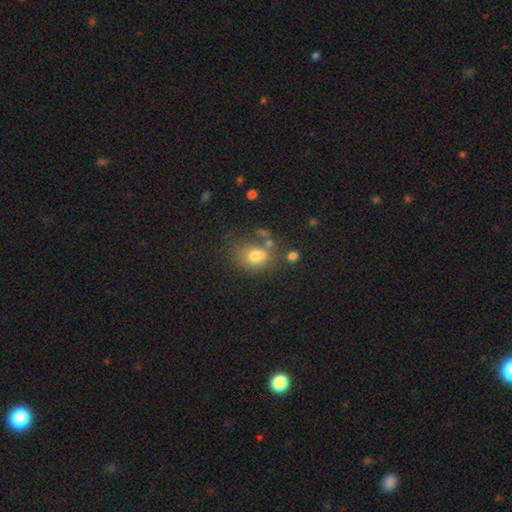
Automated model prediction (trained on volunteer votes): A smooth galaxy with no disk features (72%) that is in between round and cigar-shaped (56%).

Vote fractions:
- Smooth or featured? smooth: 72% / featured or disk: 14% / star or artifact: 13%
- How rounded? in between: 56% / round: 43% / cigar-shaped: 1%
- Merging? none: 45% / merger: 22% / minor disturbance: 20% / major disturbance: 12%